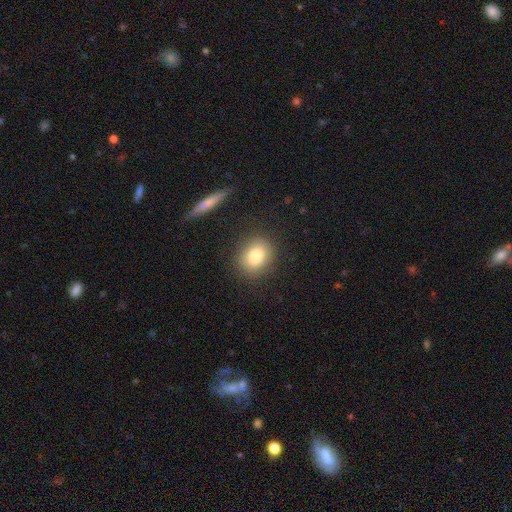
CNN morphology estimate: This is likely a smooth galaxy (79%). How rounded: likely round (66%). Merging: clearly none (85%).